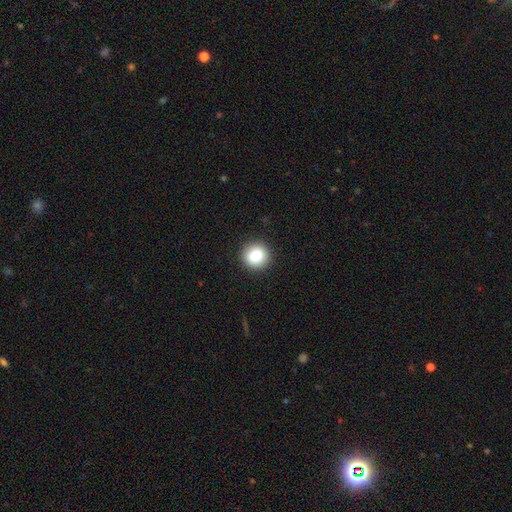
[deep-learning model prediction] Smooth or featured?
  - smooth: 84% *
  - star or artifact: 9%
  - featured or disk: 7%
How rounded?
  - round: 87% *
  - in between: 12%
  - cigar-shaped: 1%
Merging?
  - none: 91% *
  - minor disturbance: 6%
  - major disturbance: 2%
  - merger: 1%